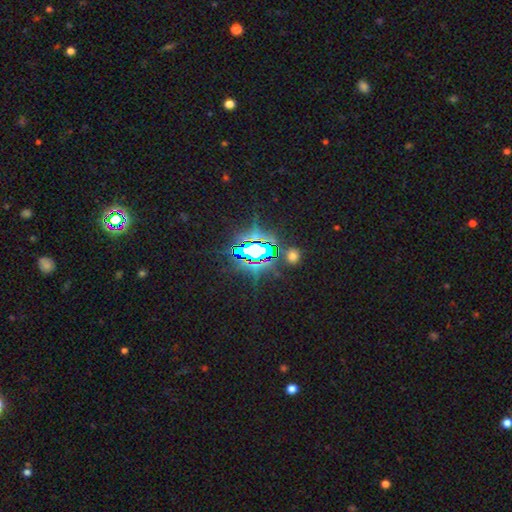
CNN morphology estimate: Smooth or featured: star or artifact — 77% (smooth — 12%)